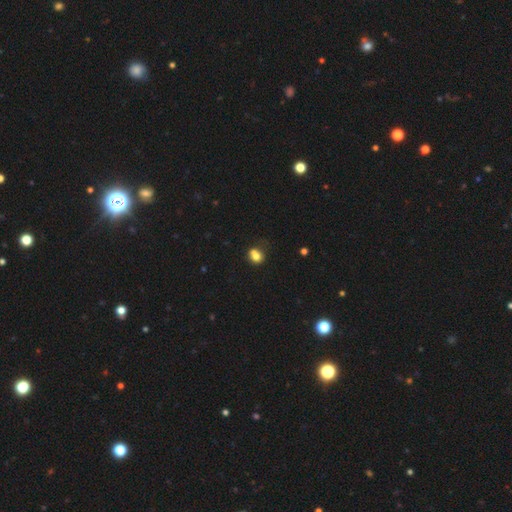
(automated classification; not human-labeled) Smooth or featured: smooth — 76% (featured or disk — 13%)
How rounded: round — 60% (in between — 39%)
Merging: none — 44% (merger — 30%)